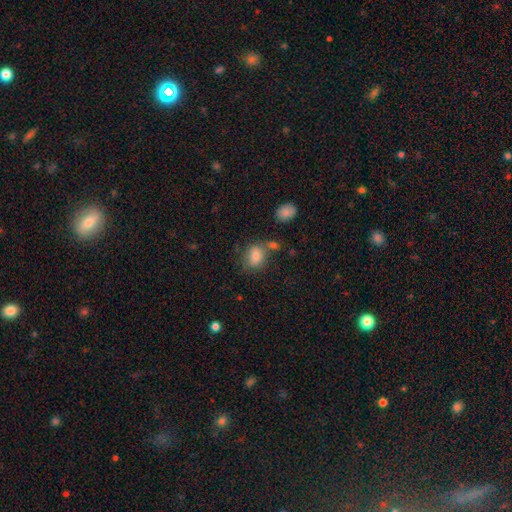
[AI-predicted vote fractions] Smooth or featured? Predicted: smooth (p=0.80). How rounded? Predicted: in between (p=0.64). Merging? Predicted: none (p=0.59).